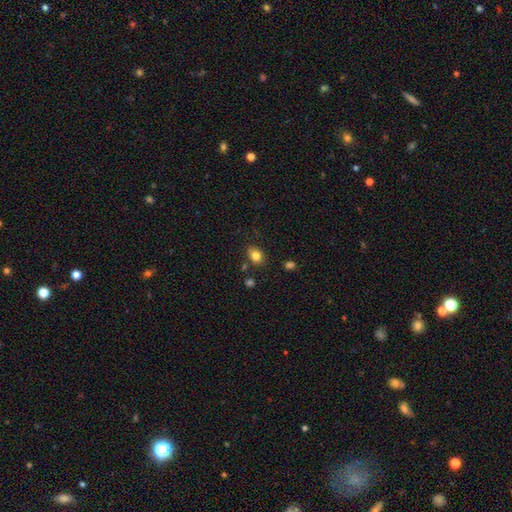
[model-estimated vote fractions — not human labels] Overall: smooth (82%). How rounded: in between (58%; round 41%). Merging: none (79%).